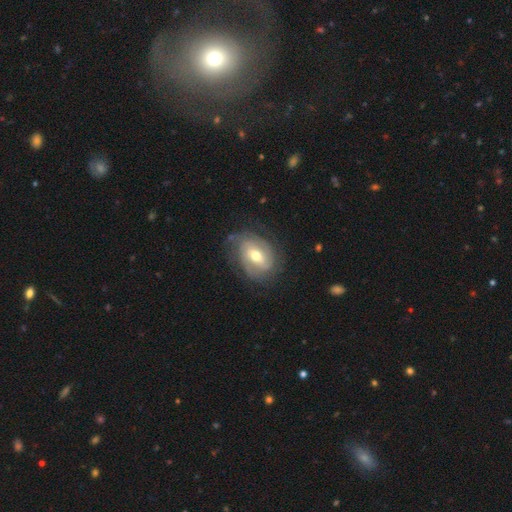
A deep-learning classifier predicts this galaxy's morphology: Smooth or featured? featured or disk (77%)
Edge-on disk? no (96%)
Bar? weak (46%)
Spiral arms? yes (89%)
Spiral winding? tight (53%)
Spiral arm count? 2 (43%)
Bulge size? moderate (70%)
Merging? none (67%)